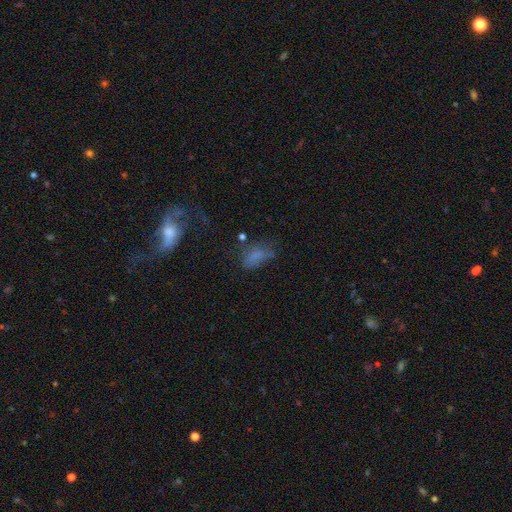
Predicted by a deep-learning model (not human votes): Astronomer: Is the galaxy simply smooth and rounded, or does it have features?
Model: smooth — 62%.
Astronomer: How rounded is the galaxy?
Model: in between — 83%.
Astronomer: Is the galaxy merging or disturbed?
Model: none — 35% (runner-up: major disturbance, 32%).